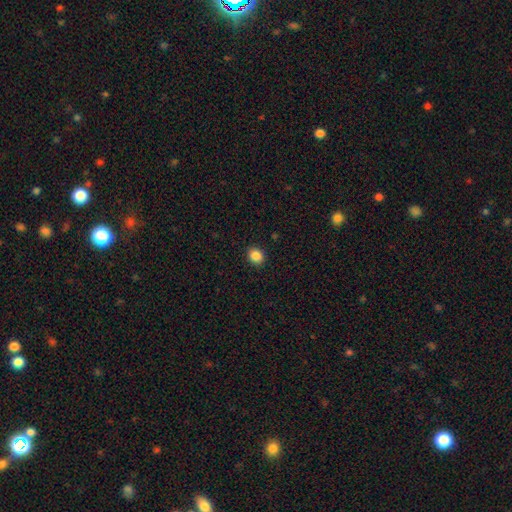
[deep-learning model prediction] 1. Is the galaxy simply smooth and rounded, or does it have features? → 87% smooth, 10% star or artifact, 4% featured or disk.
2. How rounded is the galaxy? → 64% round, 35% in between, 1% cigar-shaped.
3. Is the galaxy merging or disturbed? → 92% none, 6% minor disturbance, 2% major disturbance, 1% merger.